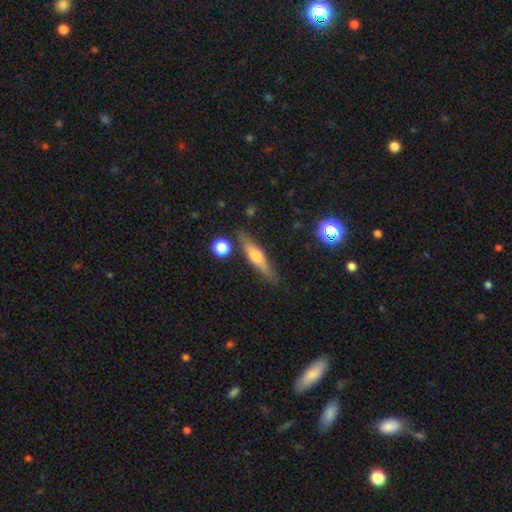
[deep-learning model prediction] This is possibly a featured or disk galaxy (53%). It is clearly viewed edge-on (93%). Merging: clearly none (83%).